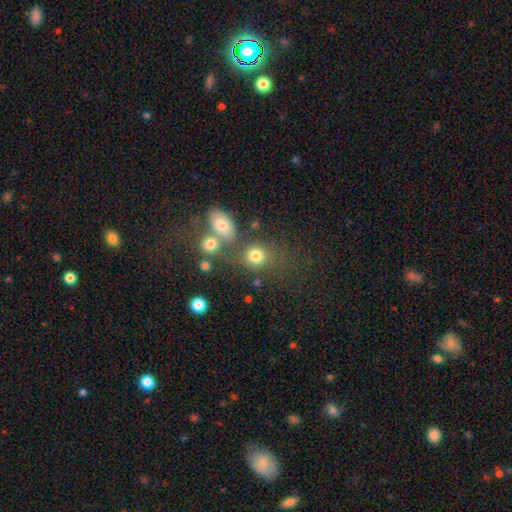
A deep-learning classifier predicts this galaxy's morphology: smooth 78%, star or artifact 13%, featured or disk 8%. Down the decision tree: how rounded — round (76%); merging — none (60%).